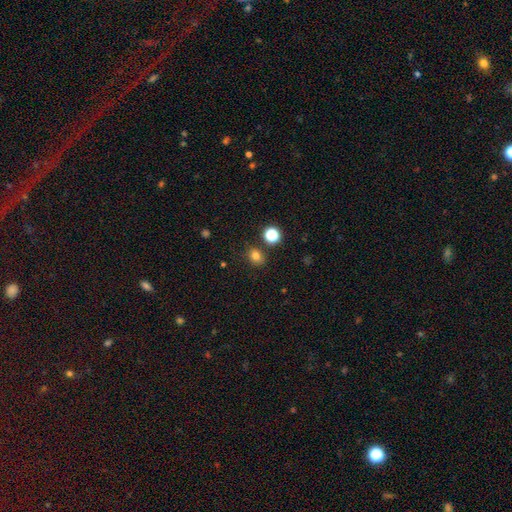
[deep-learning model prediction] The model was most divided on "how rounded": round: 56%, in between: 43%, cigar-shaped: 1%. More confident: merging — none (82%); smooth or featured — smooth (78%).